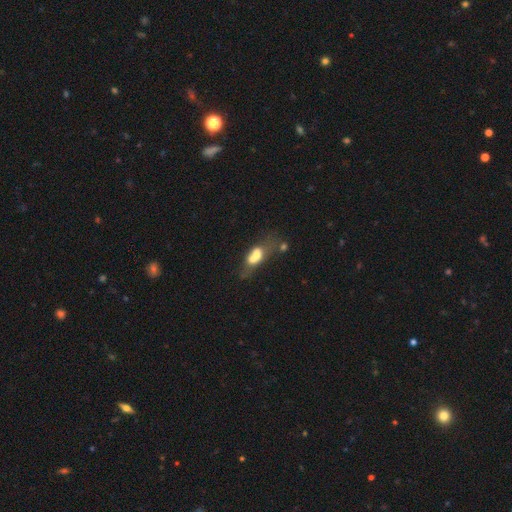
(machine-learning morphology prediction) type=smooth (56%); roundness=in between (67%); merging=merger (52%).